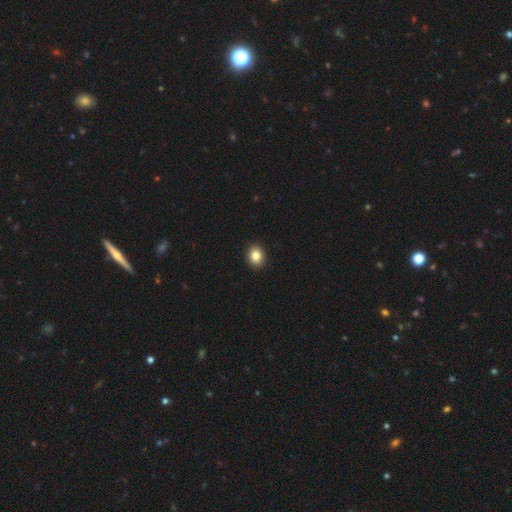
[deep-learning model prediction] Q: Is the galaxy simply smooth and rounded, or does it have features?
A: smooth — 85%.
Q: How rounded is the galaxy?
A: in between — 53%.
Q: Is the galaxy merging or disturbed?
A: none — 92%.